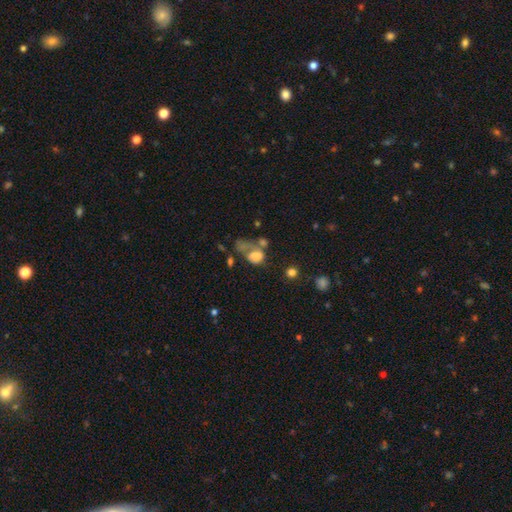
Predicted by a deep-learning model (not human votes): Morphology: type=smooth (63%); roundness=in between (62%); merging=major disturbance (34%).